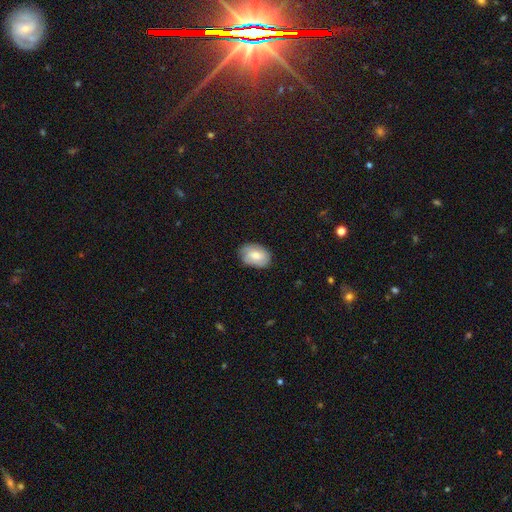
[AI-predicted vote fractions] Smooth or featured?
  - smooth: 65% *
  - featured or disk: 28%
  - star or artifact: 7%
How rounded?
  - in between: 79% *
  - round: 20%
  - cigar-shaped: 1%
Merging?
  - none: 76% *
  - minor disturbance: 19%
  - major disturbance: 4%
  - merger: 1%